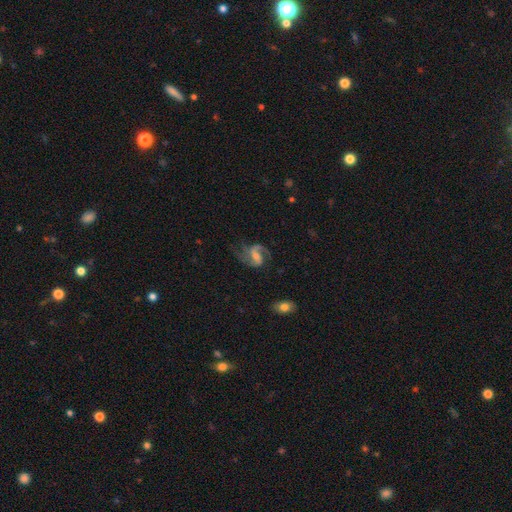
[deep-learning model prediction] The model was most divided on "bulge size": small: 44%, moderate: 42%, none: 9%, large: 4%, dominant: 1%. Remaining: edge-on disk — no (98%); spiral arms — yes (95%); smooth or featured — featured or disk (84%); spiral arm count — 2 (79%); merging — none (57%); bar — weak (49%); spiral winding — medium (48%).